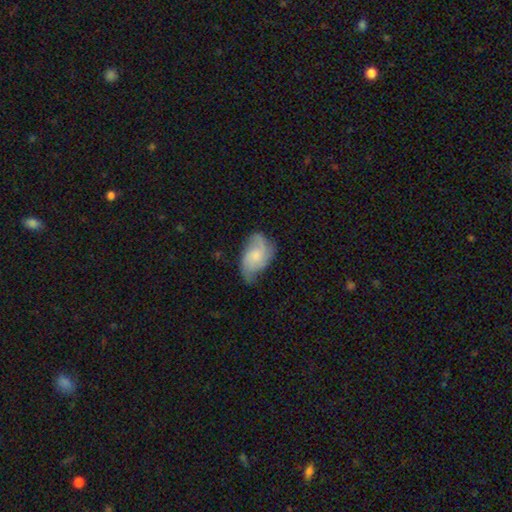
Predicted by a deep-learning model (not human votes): featured or disk 57%, smooth 36%, star or artifact 7%. Down the decision tree: edge-on disk — no (97%); bar — no (73%); spiral arms — yes (89%); bulge size — small (43%); merging — none (51%).